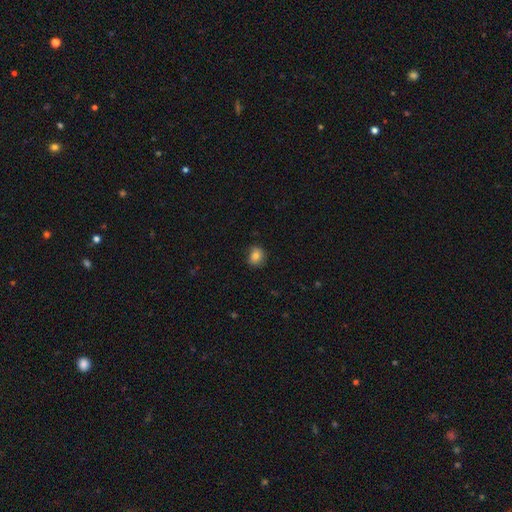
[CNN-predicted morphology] smooth_or_featured: smooth (p=0.82) [alt: star or artifact p=0.10]
how_rounded: round (p=0.73) [alt: in between p=0.26]
merging: none (p=0.81) [alt: minor disturbance p=0.15]